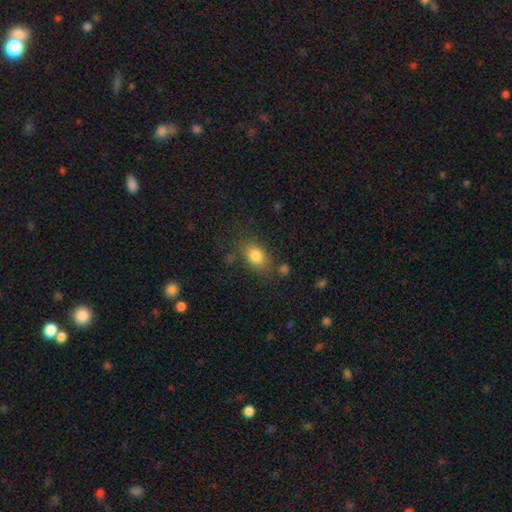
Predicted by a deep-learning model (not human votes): Smooth or featured?
  - smooth: 81% *
  - star or artifact: 10%
  - featured or disk: 9%
How rounded?
  - in between: 76% *
  - round: 23%
  - cigar-shaped: 2%
Merging?
  - none: 72% *
  - minor disturbance: 17%
  - major disturbance: 6%
  - merger: 5%